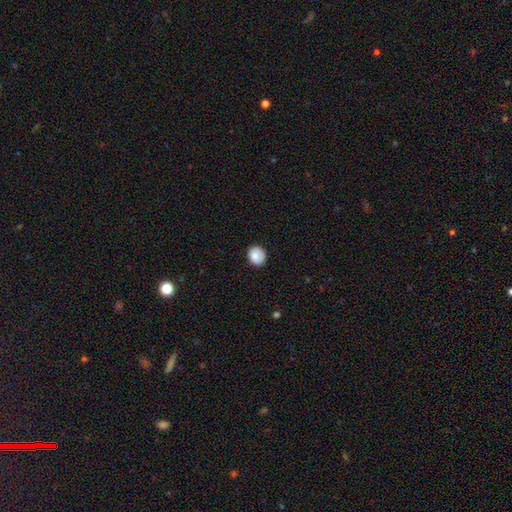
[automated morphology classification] This appears to be a smooth galaxy with no disk features (82%) that is round (77%). Merging: none (85%).